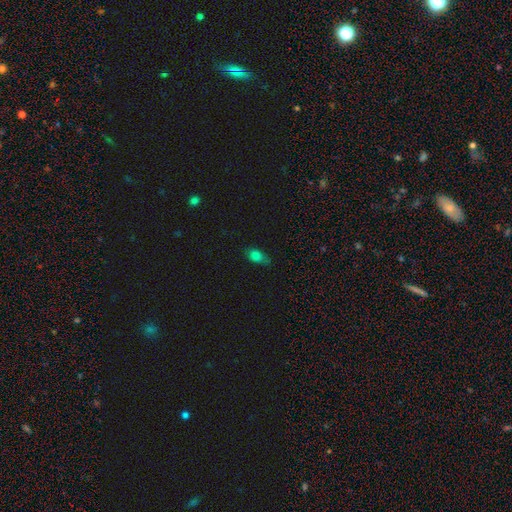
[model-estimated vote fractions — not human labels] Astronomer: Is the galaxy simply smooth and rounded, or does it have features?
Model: smooth — 77%.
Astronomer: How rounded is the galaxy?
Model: in between — 80%.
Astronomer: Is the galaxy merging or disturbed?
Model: none — 59%.